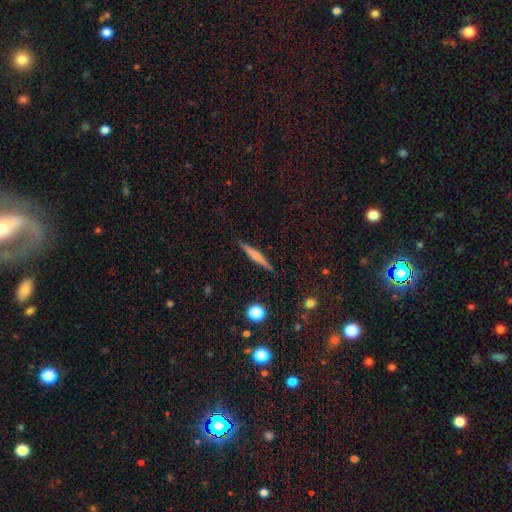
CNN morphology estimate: type=smooth (48%); merging=none (91%).